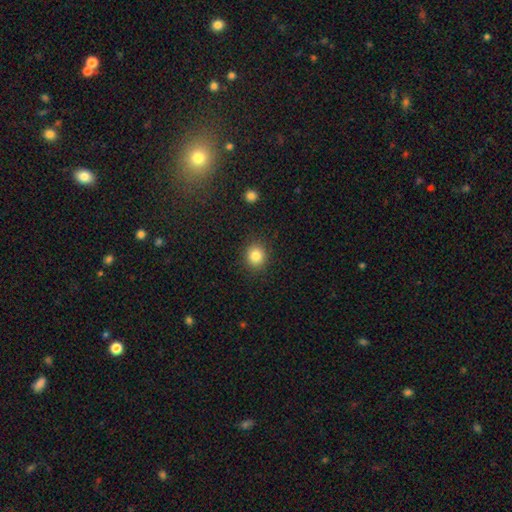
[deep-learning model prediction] Smooth or featured: smooth — 84% (star or artifact — 11%)
How rounded: round — 84% (in between — 15%)
Merging: none — 89% (minor disturbance — 7%)